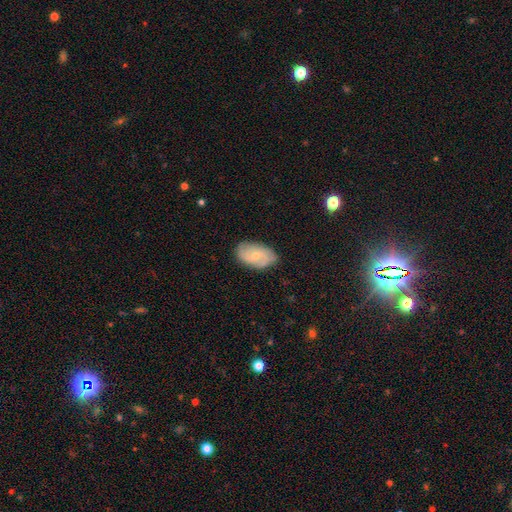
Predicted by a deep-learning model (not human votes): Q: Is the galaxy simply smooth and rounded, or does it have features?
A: featured or disk — 56%.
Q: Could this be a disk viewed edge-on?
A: no — 95%.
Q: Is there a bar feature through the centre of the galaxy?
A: no — 70%.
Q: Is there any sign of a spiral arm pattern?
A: yes — 83%.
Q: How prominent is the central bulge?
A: small — 63%.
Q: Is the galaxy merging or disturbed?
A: none — 80%.